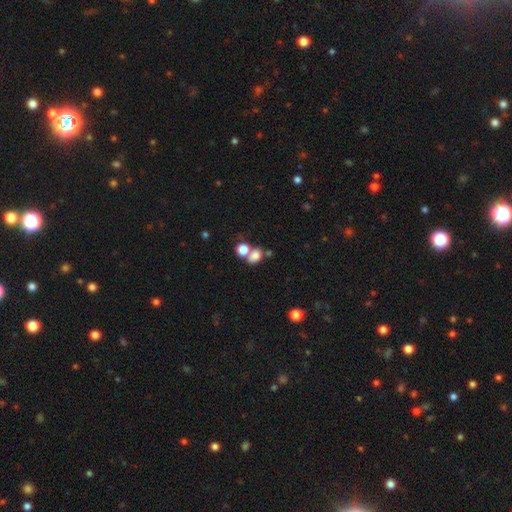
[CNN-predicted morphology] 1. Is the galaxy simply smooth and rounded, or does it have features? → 77% smooth, 13% star or artifact, 10% featured or disk.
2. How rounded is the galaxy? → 65% in between, 34% round, 2% cigar-shaped.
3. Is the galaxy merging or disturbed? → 45% merger, 38% none, 11% minor disturbance, 6% major disturbance.